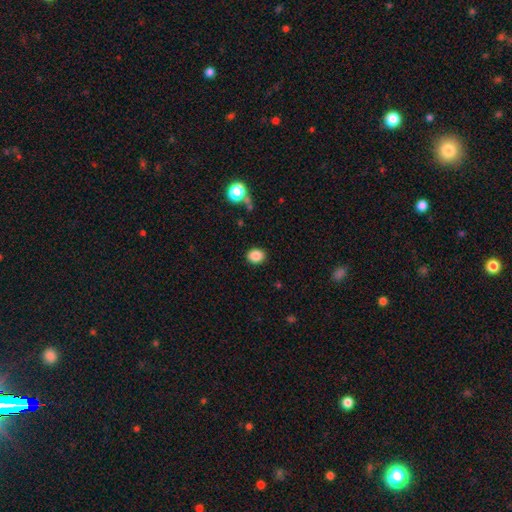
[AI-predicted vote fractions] Smooth or featured?
  - smooth: 86% *
  - star or artifact: 10%
  - featured or disk: 4%
How rounded?
  - round: 54% *
  - in between: 45%
  - cigar-shaped: 1%
Merging?
  - none: 89% *
  - minor disturbance: 7%
  - major disturbance: 2%
  - merger: 1%